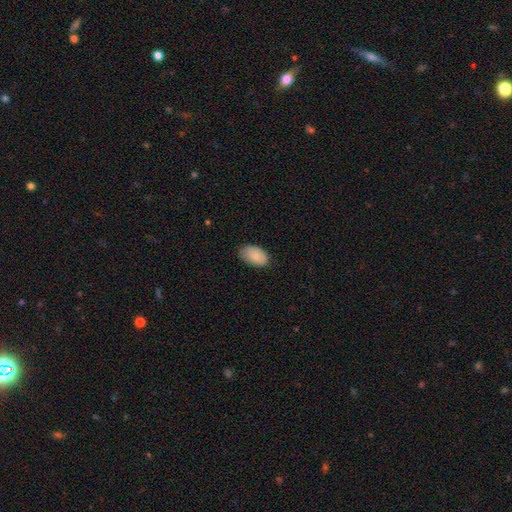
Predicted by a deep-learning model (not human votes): Overall: smooth (82%). How rounded: in between (92%). Merging: none (76%).